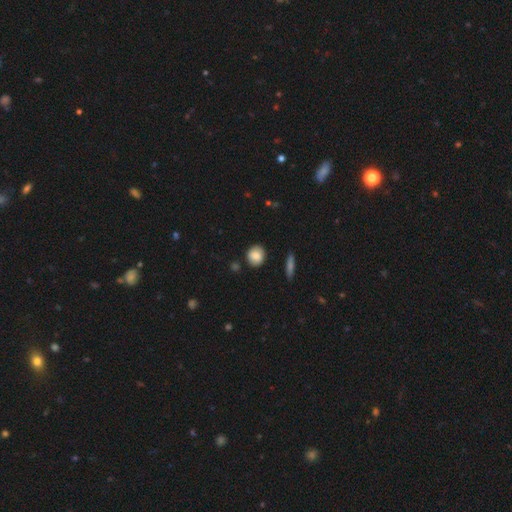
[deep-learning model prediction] A smooth galaxy with no disk features (85%) that is round (79%). Merging: none (86%).